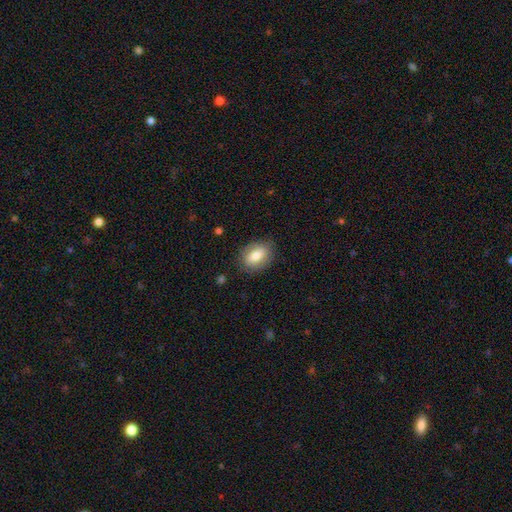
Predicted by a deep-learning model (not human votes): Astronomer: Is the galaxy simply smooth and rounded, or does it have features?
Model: smooth — 75%.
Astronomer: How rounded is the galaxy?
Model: in between — 79%.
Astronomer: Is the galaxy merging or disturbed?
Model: none — 83%.